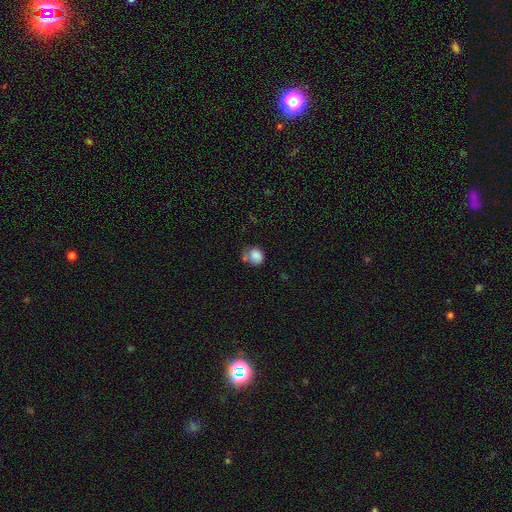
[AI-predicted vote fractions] Q: Smooth or featured?
A: smooth (82%); runner-up: featured or disk (10%)
Q: How rounded?
A: round (66%); runner-up: in between (33%)
Q: Merging?
A: none (43%); runner-up: minor disturbance (28%)